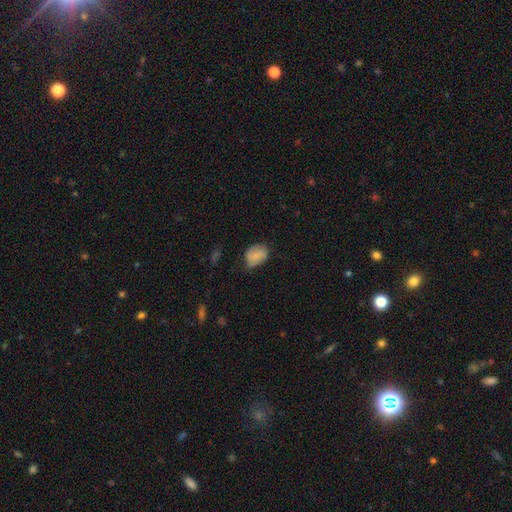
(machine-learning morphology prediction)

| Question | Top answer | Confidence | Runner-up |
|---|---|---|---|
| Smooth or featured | smooth | 74% | featured or disk (17%) |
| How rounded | in between | 70% | round (29%) |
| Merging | none | 49% | minor disturbance (38%) |